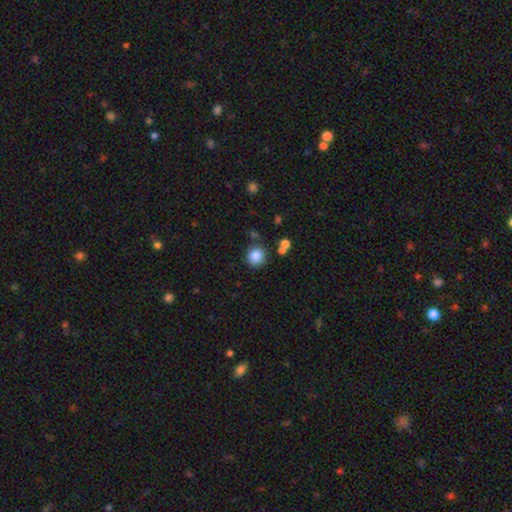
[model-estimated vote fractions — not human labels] Smooth or featured? smooth (85%)
How rounded? round (91%)
Merging? none (82%)